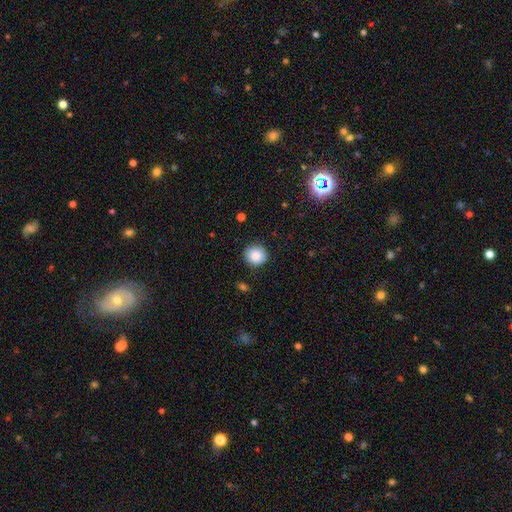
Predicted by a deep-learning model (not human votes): The model was most divided on "smooth or featured": smooth: 86%, star or artifact: 9%, featured or disk: 4%. More confident: how rounded — round (92%); merging — none (89%).